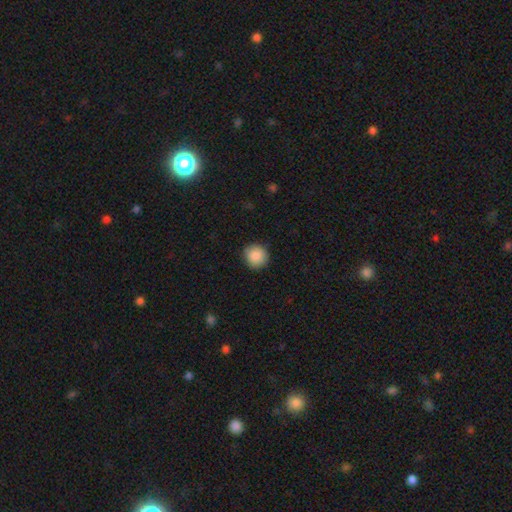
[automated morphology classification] smooth_or_featured: smooth (p=0.89) [alt: star or artifact p=0.07]
how_rounded: round (p=0.93) [alt: in between p=0.06]
merging: none (p=0.89) [alt: minor disturbance p=0.08]